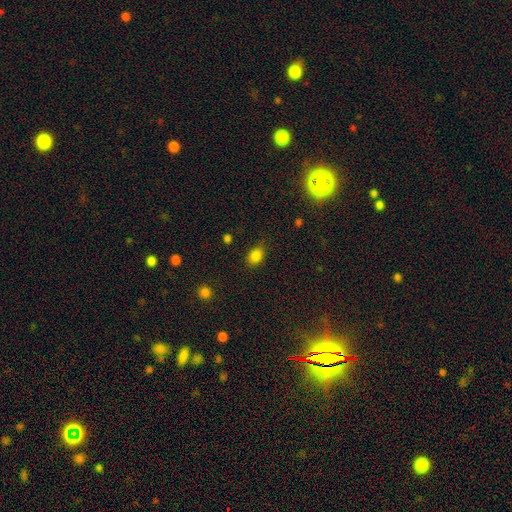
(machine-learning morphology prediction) Smooth or featured? smooth (84%)
How rounded? in between (70%)
Merging? none (75%)